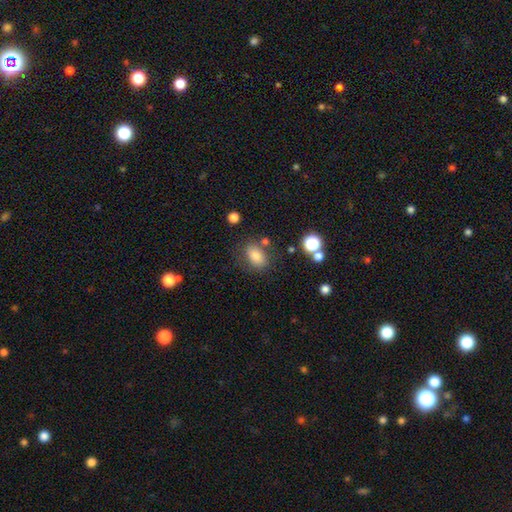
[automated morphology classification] Smooth or featured?
  - smooth: 79% *
  - star or artifact: 11%
  - featured or disk: 10%
How rounded?
  - in between: 80% *
  - round: 19%
  - cigar-shaped: 2%
Merging?
  - none: 72% *
  - minor disturbance: 15%
  - merger: 8%
  - major disturbance: 6%